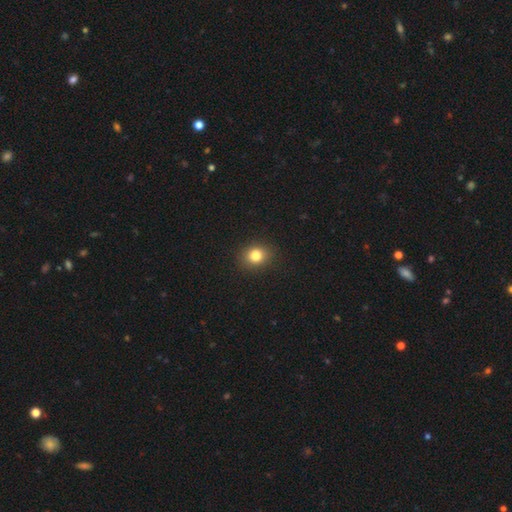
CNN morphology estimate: Q: Smooth or featured?
A: smooth (82%); runner-up: star or artifact (12%)
Q: How rounded?
A: round (67%); runner-up: in between (32%)
Q: Merging?
A: none (89%); runner-up: minor disturbance (8%)